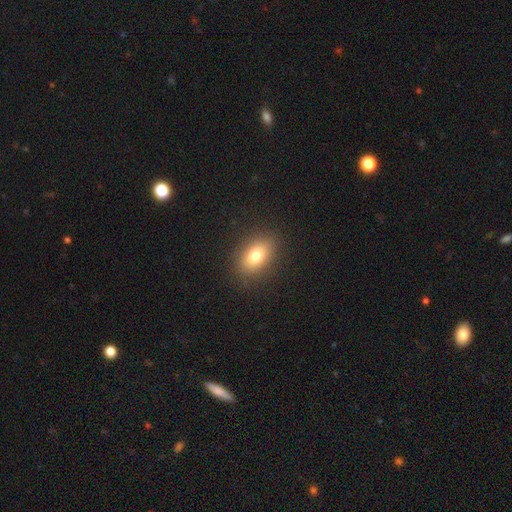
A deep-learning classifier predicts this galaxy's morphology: smooth_or_featured: smooth (p=0.78) [alt: featured or disk p=0.12]
how_rounded: in between (p=0.83) [alt: round p=0.15]
merging: none (p=0.87) [alt: minor disturbance p=0.09]